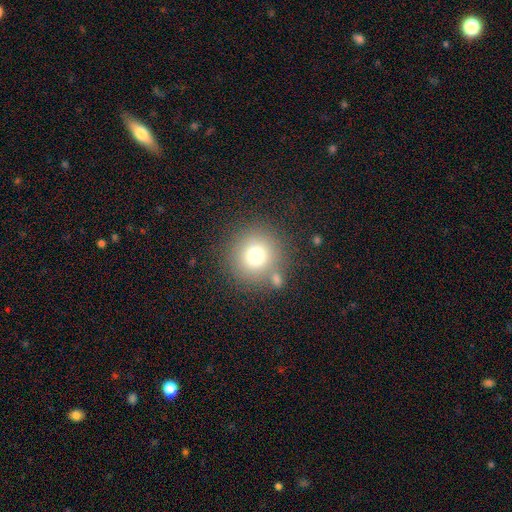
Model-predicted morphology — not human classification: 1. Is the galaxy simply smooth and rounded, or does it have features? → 75% smooth, 14% star or artifact, 12% featured or disk.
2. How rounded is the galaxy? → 94% round, 5% in between, 1% cigar-shaped.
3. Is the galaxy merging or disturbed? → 77% none, 10% minor disturbance, 10% merger, 4% major disturbance.